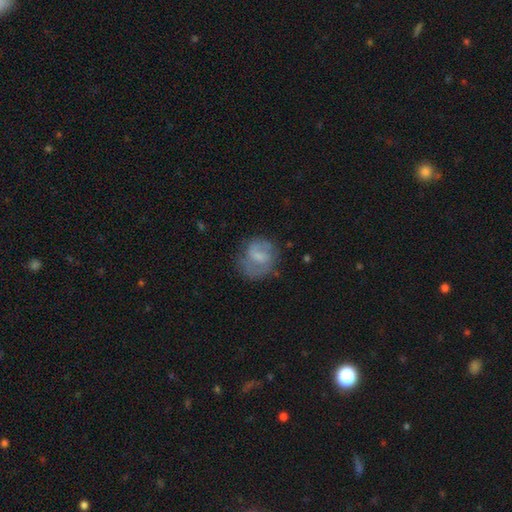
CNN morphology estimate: smooth_or_featured: featured or disk (p=0.53) [alt: smooth p=0.38]
disk_edge_on: no (p=0.97) [alt: yes p=0.03]
bar: weak (p=0.50) [alt: no p=0.35]
has_spiral_arms: yes (p=0.73) [alt: no p=0.27]
bulge_size: small (p=0.38) [alt: moderate p=0.30]
merging: none (p=0.63) [alt: minor disturbance p=0.22]